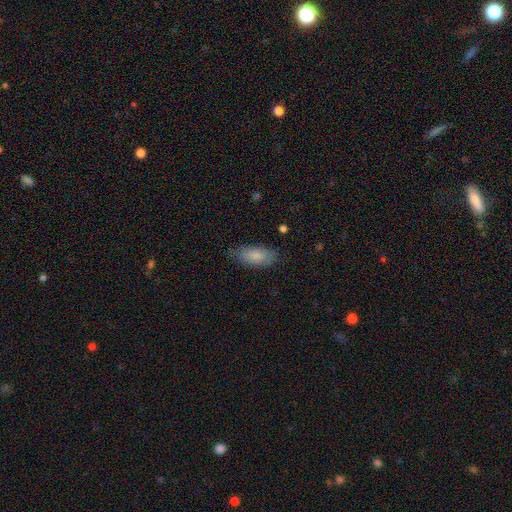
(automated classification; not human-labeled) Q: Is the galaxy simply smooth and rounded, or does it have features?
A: smooth — 83%.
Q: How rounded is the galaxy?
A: in between — 86%.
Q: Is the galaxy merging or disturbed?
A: none — 76%.